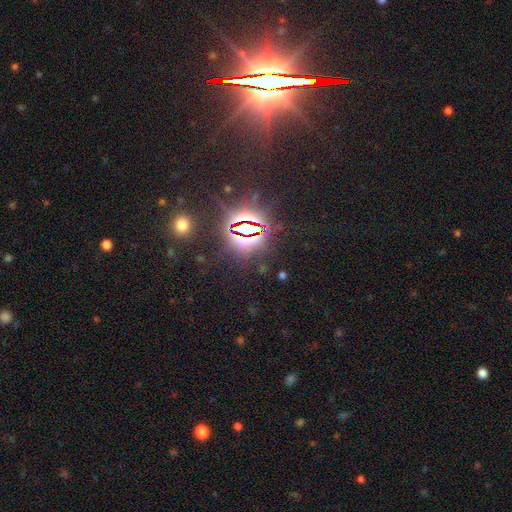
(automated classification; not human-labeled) This is clearly a star or artifact rather than a galaxy (83%).